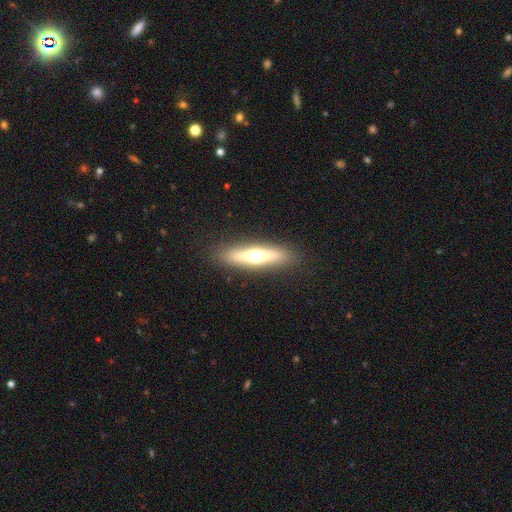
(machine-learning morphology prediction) Smooth or featured? featured or disk (59%)
Edge-on disk? yes (92%)
Edge-on bulge? rounded (94%)
Merging? none (89%)